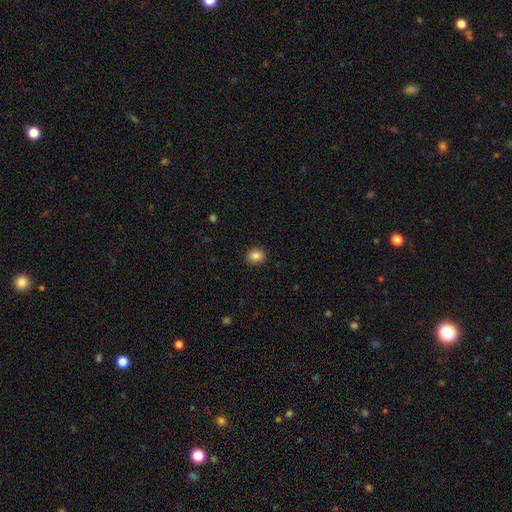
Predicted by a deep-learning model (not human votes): smooth-or-featured: smooth: 86% | star or artifact: 10% | featured or disk: 4%
  how-rounded: round: 68% | in between: 31% | cigar-shaped: 1%
  merging: none: 91% | minor disturbance: 6% | major disturbance: 2% | merger: 1%